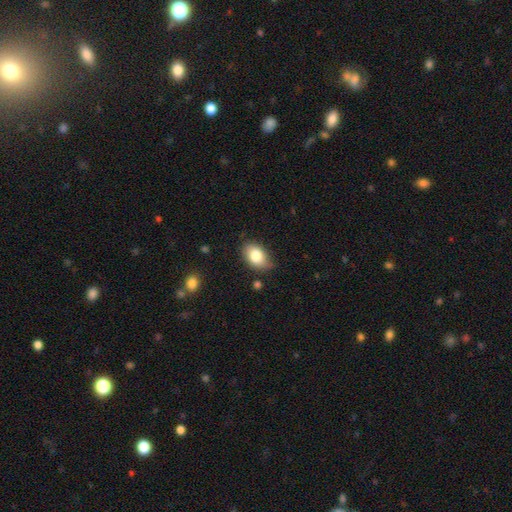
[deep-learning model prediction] Smooth or featured: smooth — 82% (featured or disk — 10%)
How rounded: in between — 86% (round — 13%)
Merging: none — 75% (minor disturbance — 20%)